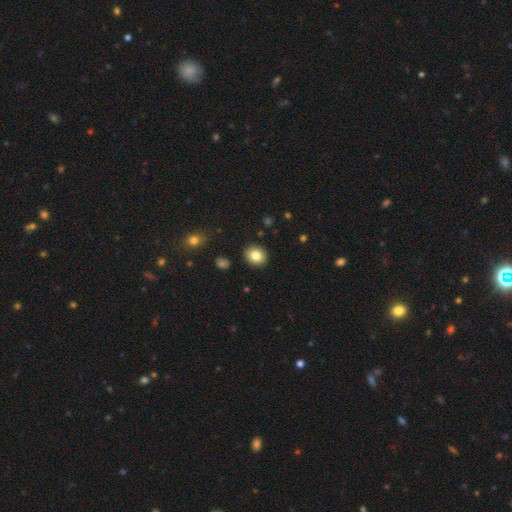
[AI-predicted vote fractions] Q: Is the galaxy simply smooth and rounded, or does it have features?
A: smooth — 83%.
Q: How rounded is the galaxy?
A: round — 69%.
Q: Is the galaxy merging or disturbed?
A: none — 91%.